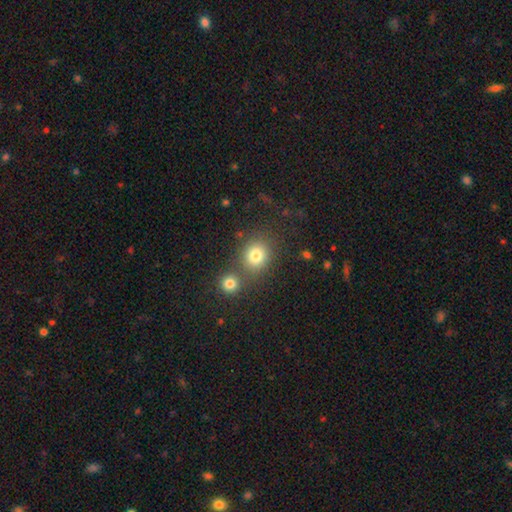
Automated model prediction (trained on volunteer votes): smooth-or-featured: smooth: 79% | star or artifact: 13% | featured or disk: 7%
  how-rounded: round: 78% | in between: 21% | cigar-shaped: 1%
  merging: none: 64% | merger: 24% | minor disturbance: 9% | major disturbance: 4%